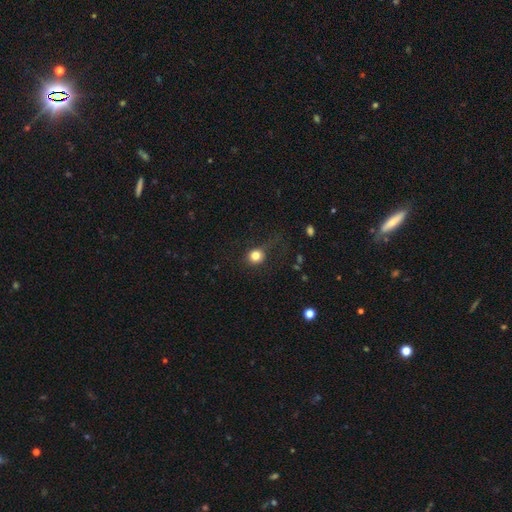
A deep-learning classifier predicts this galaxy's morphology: A smooth galaxy with no disk features (81%) that is round (86%). Merging: none (70%).